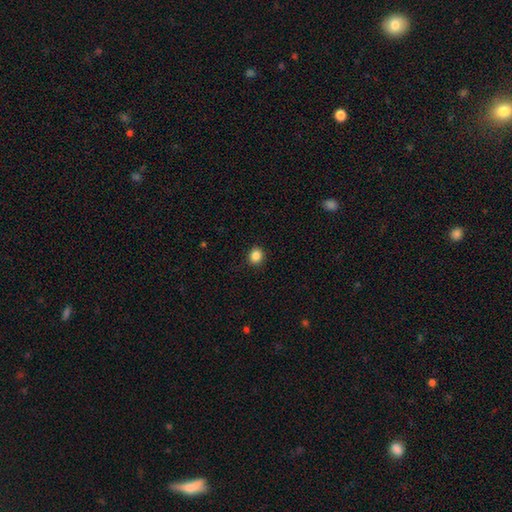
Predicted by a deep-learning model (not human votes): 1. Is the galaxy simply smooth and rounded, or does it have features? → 86% smooth, 11% star or artifact, 3% featured or disk.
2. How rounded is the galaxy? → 78% round, 21% in between, 1% cigar-shaped.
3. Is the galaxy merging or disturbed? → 91% none, 6% minor disturbance, 2% major disturbance, 1% merger.